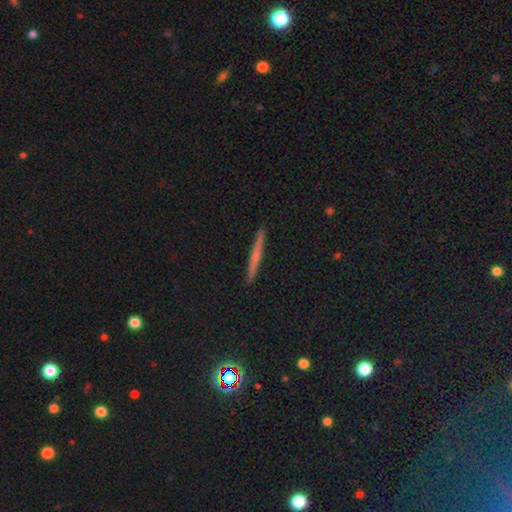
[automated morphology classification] smooth_or_featured: smooth (p=0.53) [alt: featured or disk p=0.38]
how_rounded: cigar-shaped (p=0.96) [alt: in between p=0.02]
merging: none (p=0.92) [alt: minor disturbance p=0.06]